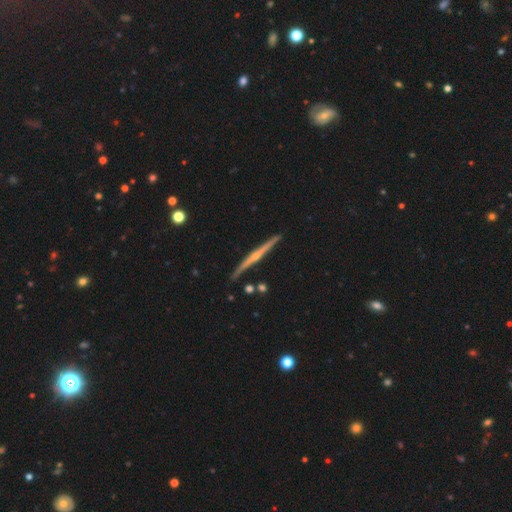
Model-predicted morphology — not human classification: Smooth or featured? featured or disk (81%)
Edge-on disk? yes (98%)
Edge-on bulge? rounded (77%)
Merging? none (89%)